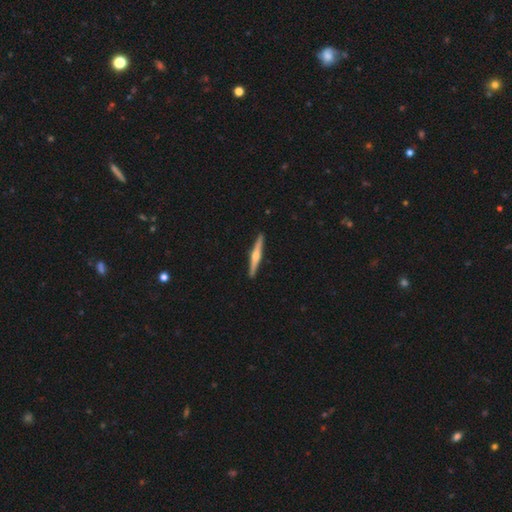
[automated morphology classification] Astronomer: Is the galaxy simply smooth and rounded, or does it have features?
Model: featured or disk — 68%.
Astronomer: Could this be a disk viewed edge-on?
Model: yes — 98%.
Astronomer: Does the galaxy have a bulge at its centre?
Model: rounded — 87%.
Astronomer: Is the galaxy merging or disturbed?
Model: none — 92%.